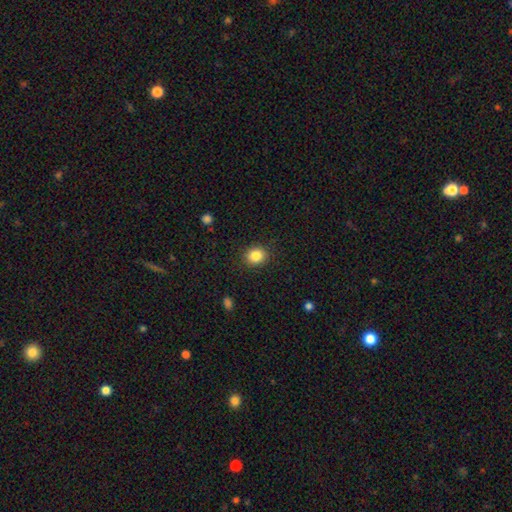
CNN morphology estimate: smooth-or-featured: smooth: 85% | star or artifact: 10% | featured or disk: 5%
  how-rounded: round: 69% | in between: 30% | cigar-shaped: 1%
  merging: none: 89% | minor disturbance: 8% | major disturbance: 2% | merger: 1%